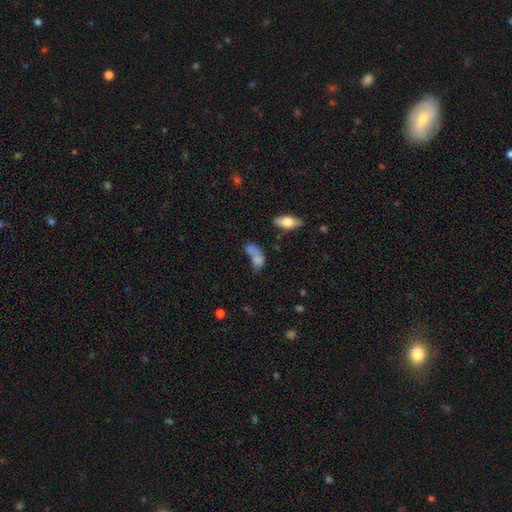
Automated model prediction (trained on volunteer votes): Smooth or featured? Predicted: smooth (p=0.71). How rounded? Predicted: in between (p=0.75). Merging? Predicted: merger (p=0.42).